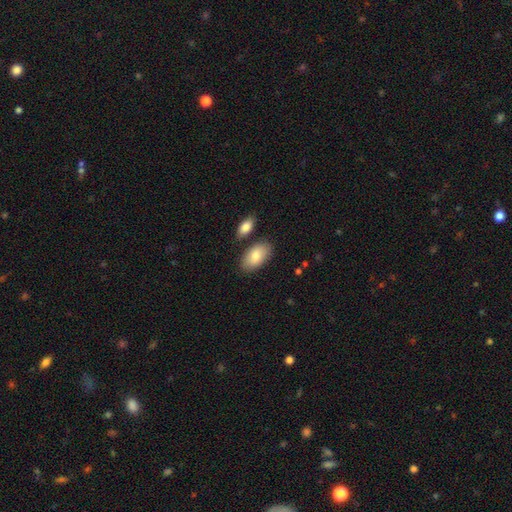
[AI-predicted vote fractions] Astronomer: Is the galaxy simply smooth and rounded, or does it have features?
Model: smooth — 82%.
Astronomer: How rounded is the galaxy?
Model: in between — 94%.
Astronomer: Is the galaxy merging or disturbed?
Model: none — 76%.